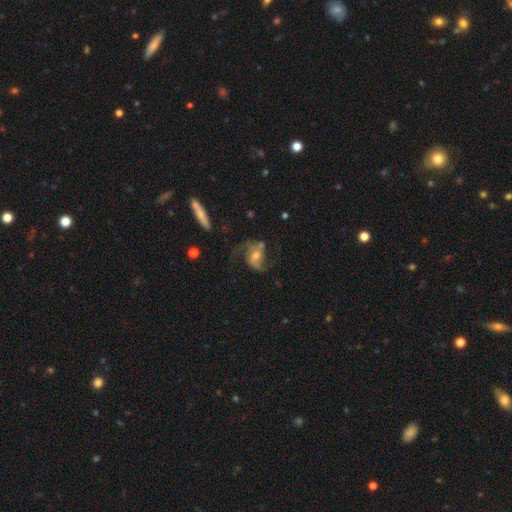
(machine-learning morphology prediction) A featured or disk galaxy (78%) with no bar (41%), 2 (82%) loose (49%) spiral arms (92%) and a moderate central bulge (57%).

Vote fractions:
- Smooth or featured? featured or disk: 78% / smooth: 14% / star or artifact: 8%
- Edge-on disk? no: 95% / yes: 5%
- Bar? no: 41% / weak: 39% / strong: 20%
- Spiral arms? yes: 92% / no: 8%
- Spiral winding? loose: 49% / medium: 40% / tight: 11%
- Spiral arm count? 2: 82% / 1: 7% / can't tell: 6% / 3: 3% / 4: 1% / more than 4: 1%
- Bulge size? moderate: 57% / small: 33% / large: 6% / none: 3% / dominant: 1%
- Merging? none: 53% / major disturbance: 23% / minor disturbance: 19% / merger: 6%